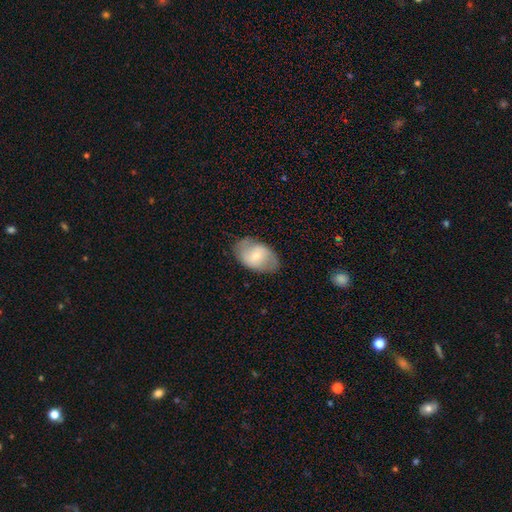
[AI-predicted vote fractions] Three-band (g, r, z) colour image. It shows a featured or disk galaxy (49%). Merging: none (77%).